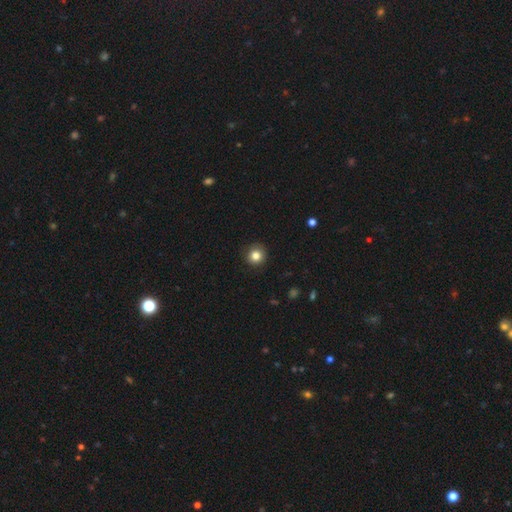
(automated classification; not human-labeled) Q: Smooth or featured?
A: smooth (83%); runner-up: star or artifact (11%)
Q: How rounded?
A: round (93%); runner-up: in between (7%)
Q: Merging?
A: none (91%); runner-up: minor disturbance (7%)